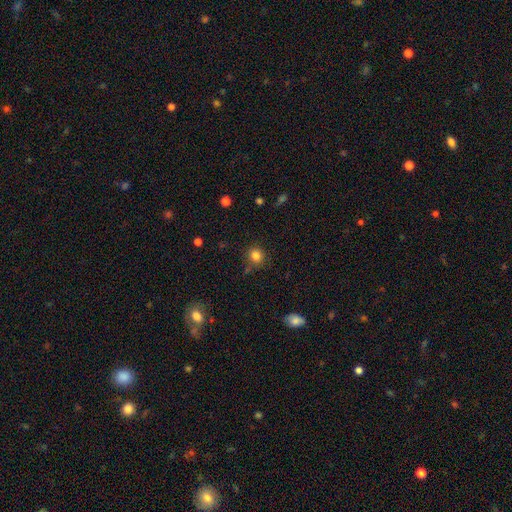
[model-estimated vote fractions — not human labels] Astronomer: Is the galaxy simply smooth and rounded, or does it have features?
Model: smooth — 83%.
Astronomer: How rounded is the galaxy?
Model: round — 88%.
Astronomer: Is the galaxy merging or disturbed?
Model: none — 80%.